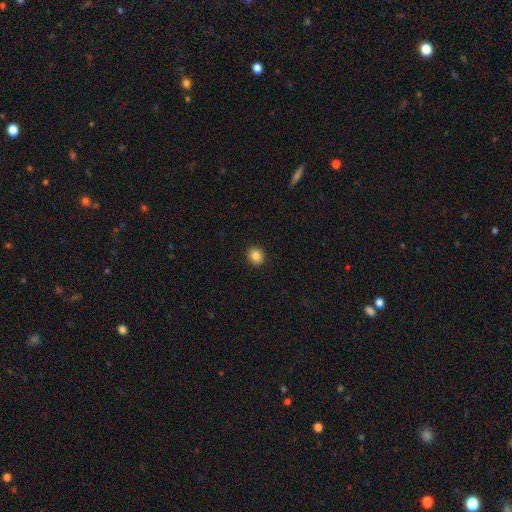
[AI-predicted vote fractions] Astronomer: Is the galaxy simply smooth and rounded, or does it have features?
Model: smooth — 85%.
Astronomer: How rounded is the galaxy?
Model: round — 76%.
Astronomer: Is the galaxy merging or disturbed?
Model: none — 92%.